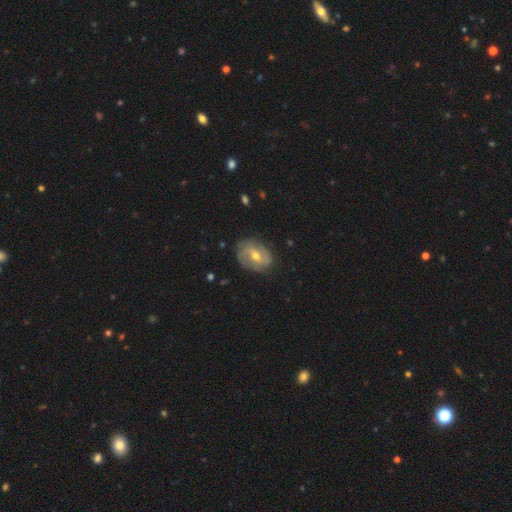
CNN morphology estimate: A featured or disk galaxy (68%) with a weak bar (47%), 2 (54%) medium (38%) spiral arms (81%) and a moderate central bulge (60%).

Vote fractions:
- Smooth or featured? featured or disk: 68% / smooth: 25% / star or artifact: 7%
- Edge-on disk? no: 96% / yes: 4%
- Bar? weak: 47% / no: 34% / strong: 19%
- Spiral arms? yes: 81% / no: 19%
- Spiral winding? medium: 38% / tight: 37% / loose: 25%
- Spiral arm count? 2: 54% / can't tell: 26% / 3: 10% / 1: 5% / 4: 3% / more than 4: 2%
- Bulge size? moderate: 60% / small: 36% / large: 2% / none: 1% / dominant: 1%
- Merging? none: 72% / minor disturbance: 20% / major disturbance: 6% / merger: 1%